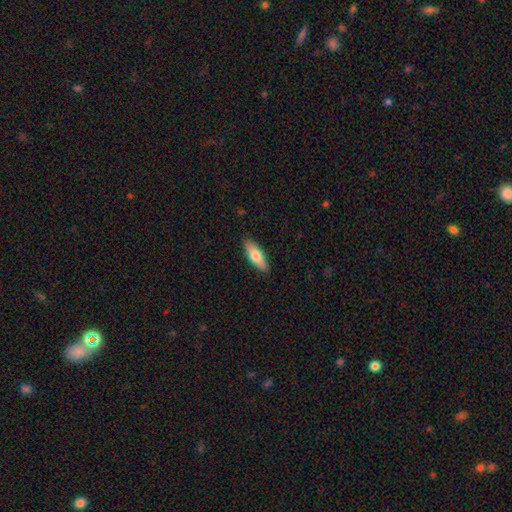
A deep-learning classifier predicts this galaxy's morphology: This appears to be a smooth galaxy with no disk features (72%) that is in between round and cigar-shaped (61%). Merging: none (89%).